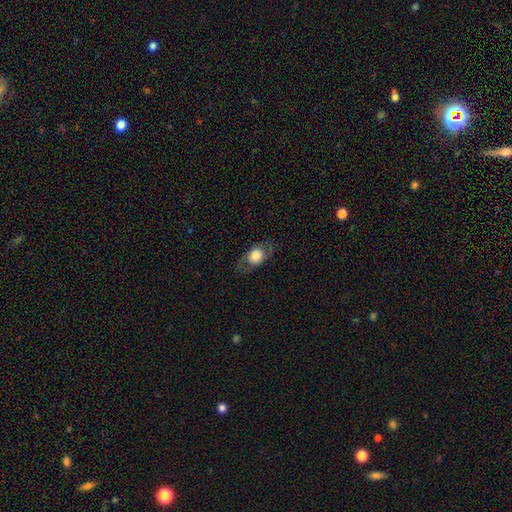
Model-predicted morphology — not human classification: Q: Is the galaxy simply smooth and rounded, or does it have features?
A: smooth — 61%.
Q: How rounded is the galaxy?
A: in between — 65%.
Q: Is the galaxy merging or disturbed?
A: none — 78%.